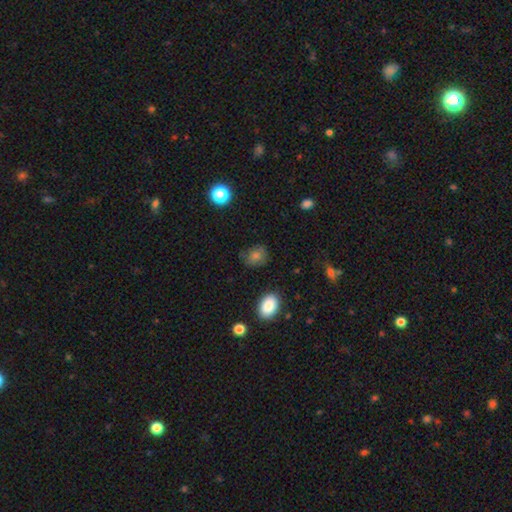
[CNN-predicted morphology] type=smooth (75%); roundness=round (60%); merging=none (73%).